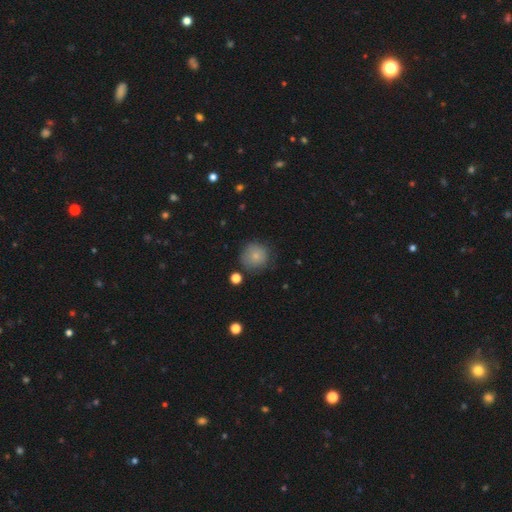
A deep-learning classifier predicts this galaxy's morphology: Smooth or featured?
  - smooth: 79% *
  - featured or disk: 11%
  - star or artifact: 10%
How rounded?
  - round: 93% *
  - in between: 6%
  - cigar-shaped: 1%
Merging?
  - none: 74% *
  - minor disturbance: 18%
  - major disturbance: 5%
  - merger: 3%